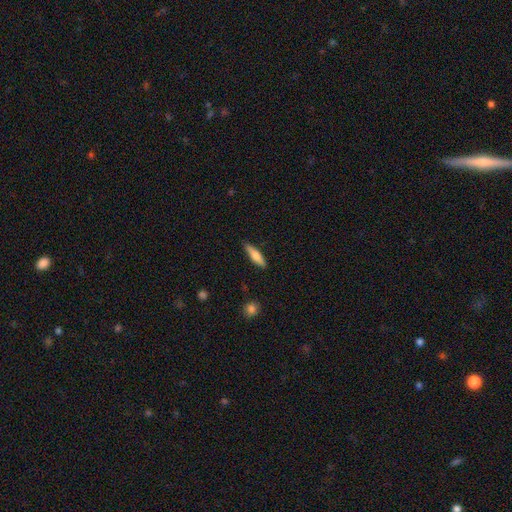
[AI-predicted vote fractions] A smooth galaxy with no disk features (70%) that is cigar-shaped (72%). Merging: none (87%).